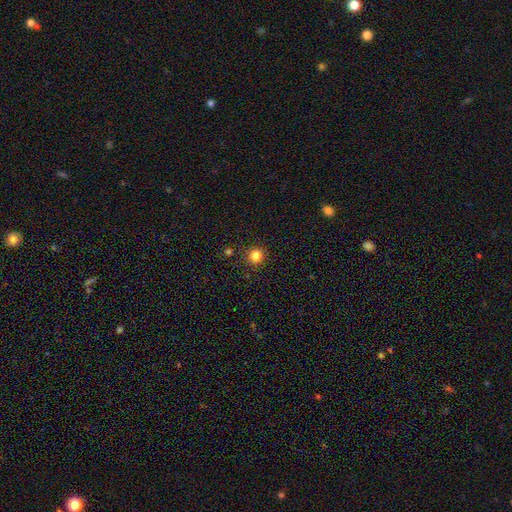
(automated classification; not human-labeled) smooth 83%, star or artifact 13%, featured or disk 4%. Down the decision tree: how rounded — round (93%); merging — none (89%).